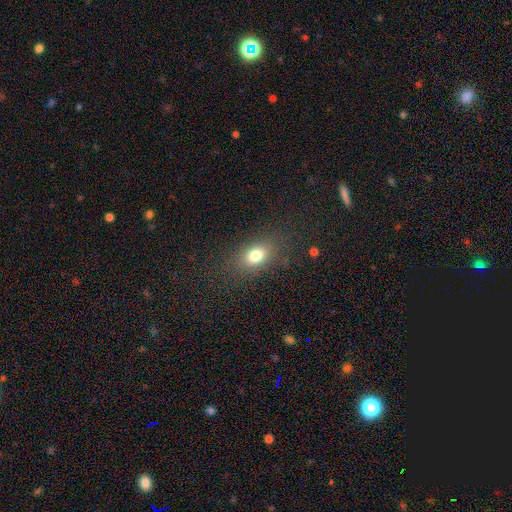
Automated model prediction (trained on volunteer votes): smooth_or_featured: smooth (p=0.77) [alt: star or artifact p=0.13]
how_rounded: in between (p=0.71) [alt: round p=0.26]
merging: none (p=0.82) [alt: minor disturbance p=0.11]